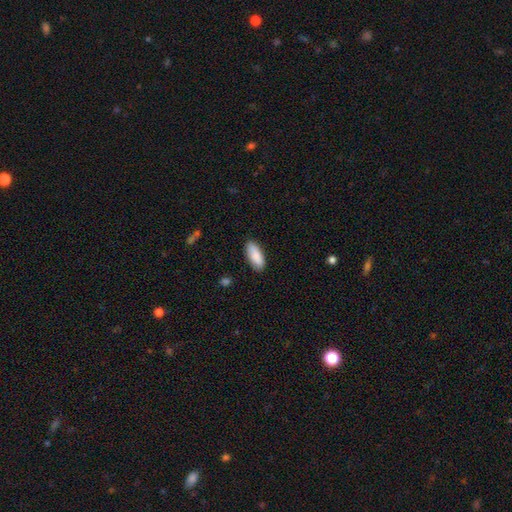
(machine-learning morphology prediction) type=smooth (87%); roundness=in between (80%); merging=none (86%).